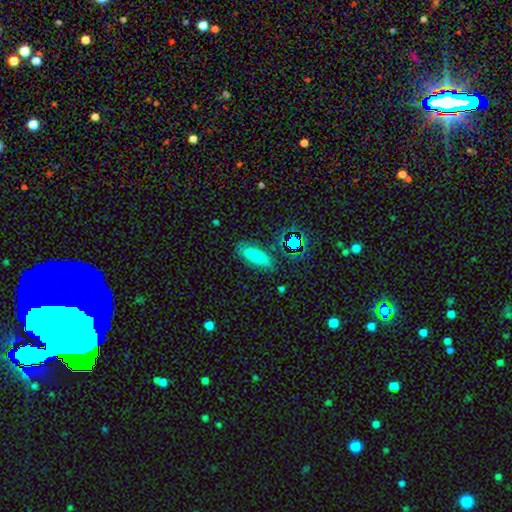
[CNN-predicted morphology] Overall: smooth (66%). How rounded: in between (55%; cigar-shaped 40%). Merging: none (81%).